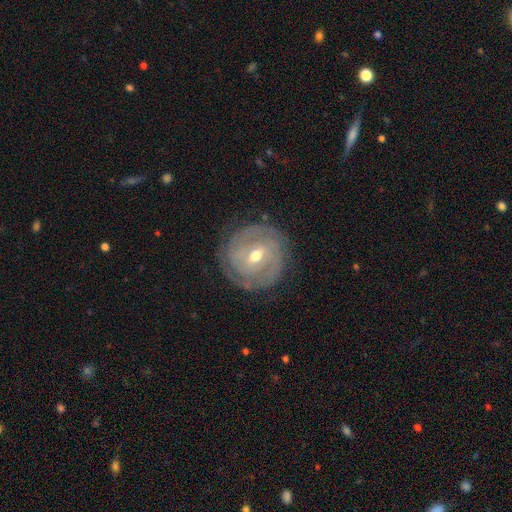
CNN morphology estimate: Smooth or featured? featured or disk (81%)
Edge-on disk? no (96%)
Bar? weak (51%)
Spiral arms? yes (90%)
Spiral winding? tight (77%)
Spiral arm count? can't tell (37%)
Bulge size? moderate (62%)
Merging? none (81%)